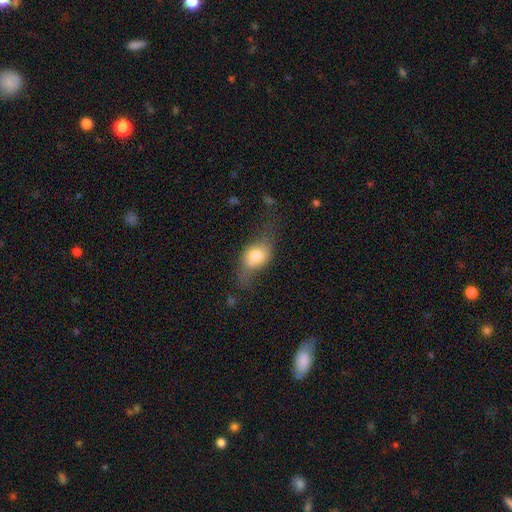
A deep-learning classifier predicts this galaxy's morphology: This appears to be a smooth galaxy with no disk features (65%) that is in between round and cigar-shaped (65%). Merging: none (39%).